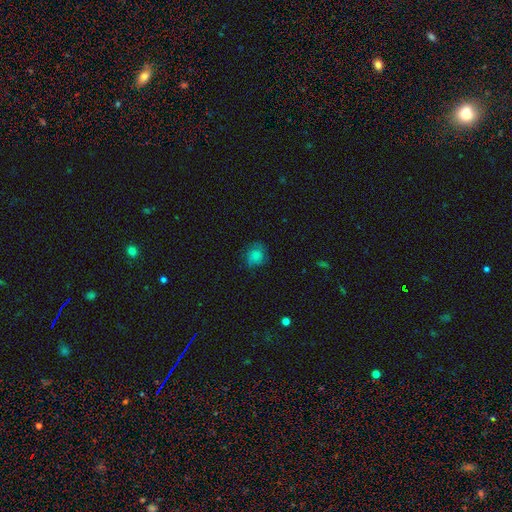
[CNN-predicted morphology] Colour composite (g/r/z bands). It shows a smooth galaxy with no disk features (77%) that is round (69%). Merging: none (68%).